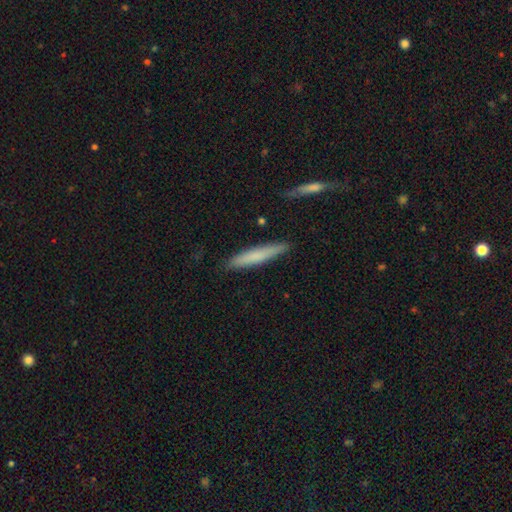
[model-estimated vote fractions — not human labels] smooth-or-featured: smooth: 72% | featured or disk: 22% | star or artifact: 6%
  how-rounded: cigar-shaped: 93% | in between: 6% | round: 1%
  merging: none: 87% | minor disturbance: 9% | major disturbance: 2% | merger: 2%